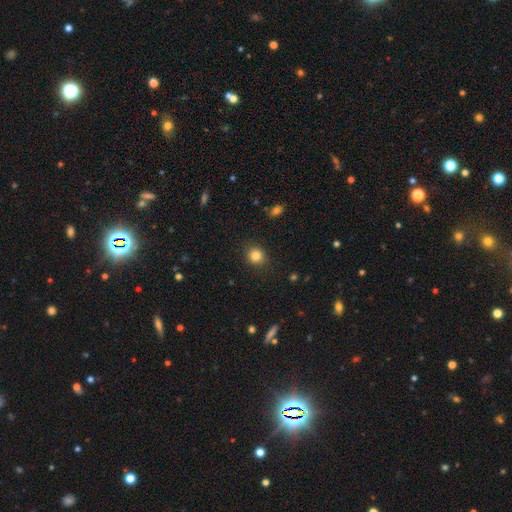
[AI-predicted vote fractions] Smooth or featured?
  - smooth: 84% *
  - star or artifact: 11%
  - featured or disk: 5%
How rounded?
  - round: 83% *
  - in between: 16%
  - cigar-shaped: 1%
Merging?
  - none: 89% *
  - minor disturbance: 8%
  - major disturbance: 2%
  - merger: 1%